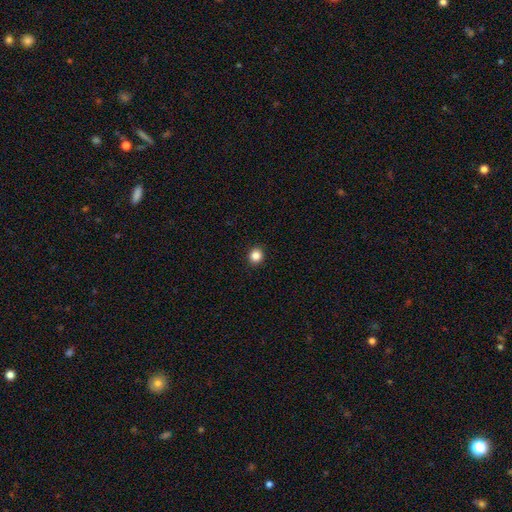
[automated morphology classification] A smooth galaxy with no disk features (85%) that is round (90%). Merging: none (93%).